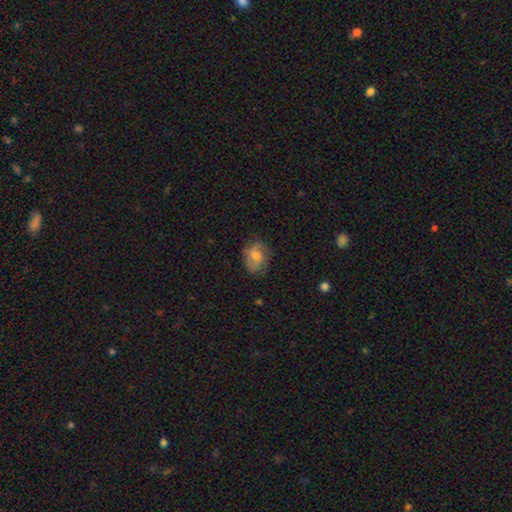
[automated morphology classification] Smooth or featured? smooth (60%)
How rounded? in between (54%)
Merging? none (70%)